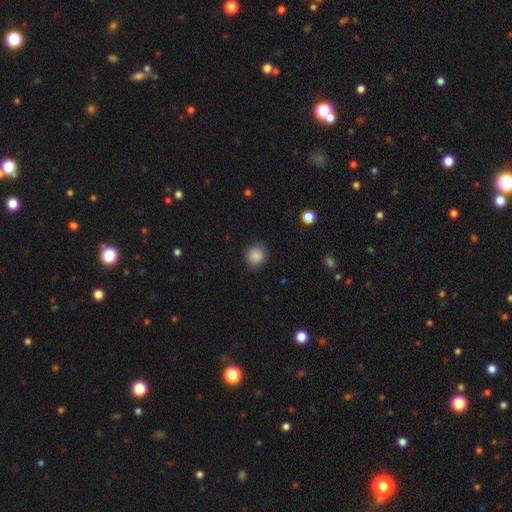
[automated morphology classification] Smooth or featured: smooth — 87% (star or artifact — 10%)
How rounded: round — 90% (in between — 9%)
Merging: none — 86% (minor disturbance — 10%)